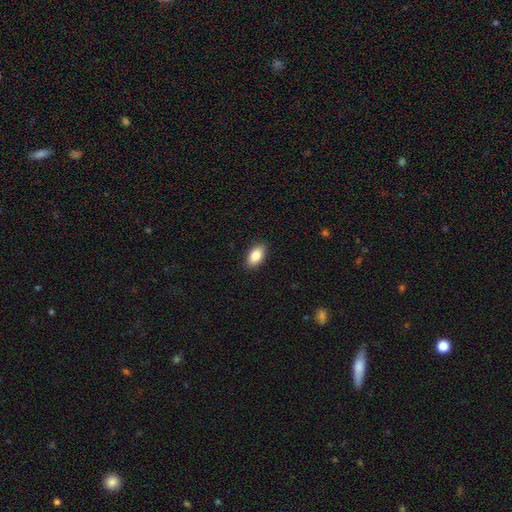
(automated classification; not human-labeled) Morphology: type=smooth (86%); roundness=in between (93%); merging=none (89%).